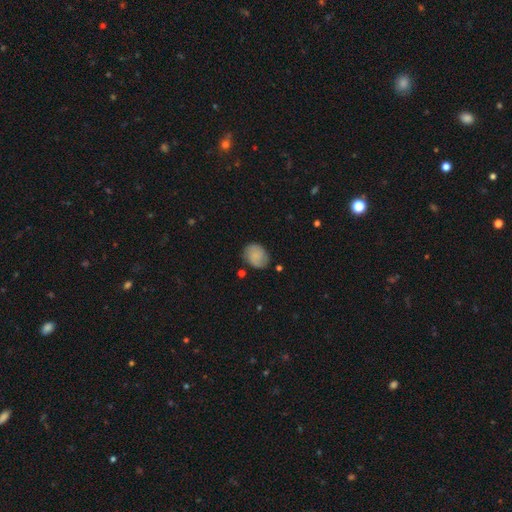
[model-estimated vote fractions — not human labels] A smooth galaxy with no disk features (66%) that is round (53%).

Vote fractions:
- Smooth or featured? smooth: 66% / featured or disk: 26% / star or artifact: 8%
- How rounded? round: 53% / in between: 46% / cigar-shaped: 1%
- Merging? none: 76% / minor disturbance: 18% / major disturbance: 5% / merger: 2%